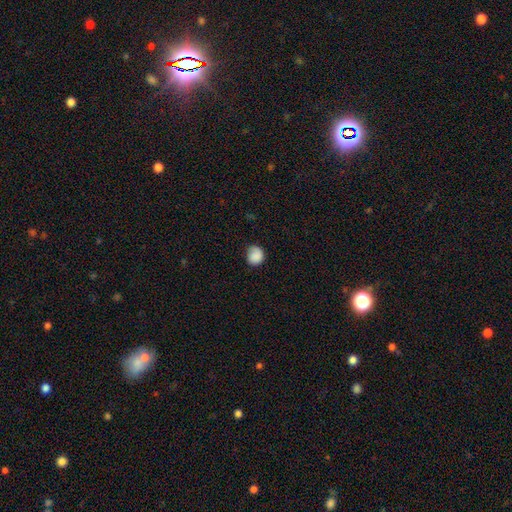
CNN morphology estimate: A smooth galaxy with no disk features (87%) that is round (83%).

Vote fractions:
- Smooth or featured? smooth: 87% / star or artifact: 8% / featured or disk: 5%
- How rounded? round: 83% / in between: 16% / cigar-shaped: 1%
- Merging? none: 72% / minor disturbance: 21% / major disturbance: 5% / merger: 1%